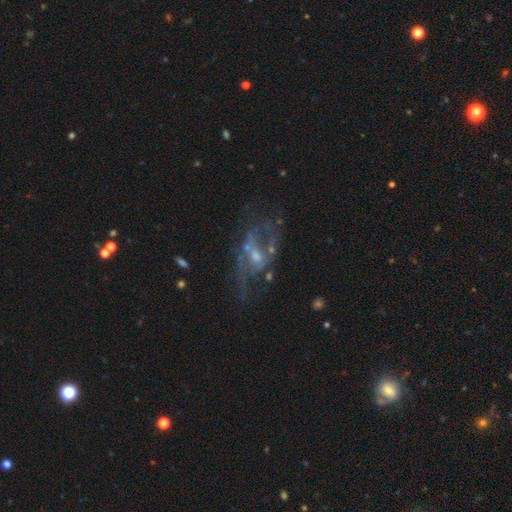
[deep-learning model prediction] This appears to be a featured or disk galaxy (74%) with no bar (62%), spiral arms (55%) and a moderate central bulge (43%). Merging: none (43%).